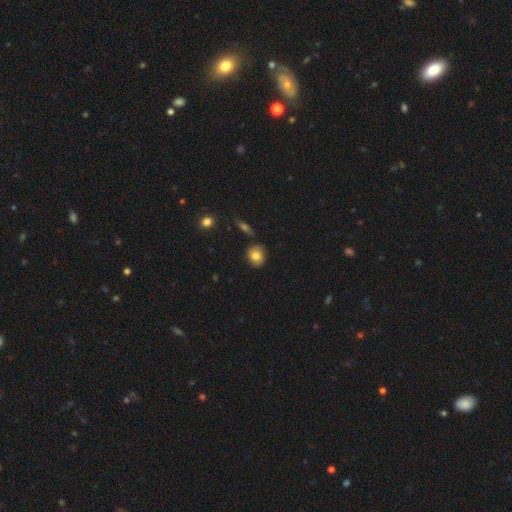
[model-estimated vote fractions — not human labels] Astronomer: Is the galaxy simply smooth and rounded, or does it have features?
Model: smooth — 80%.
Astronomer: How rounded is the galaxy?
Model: round — 73%.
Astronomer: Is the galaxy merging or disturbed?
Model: none — 84%.